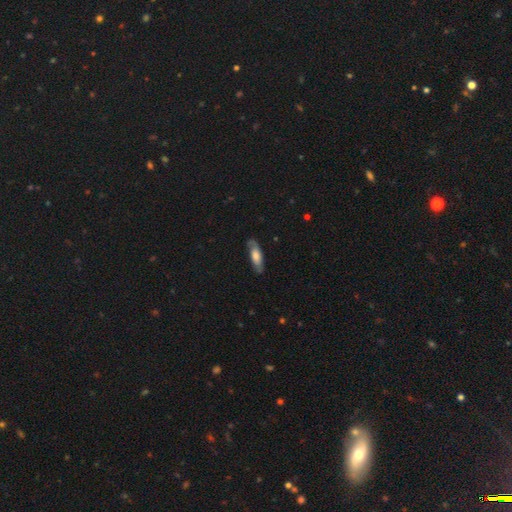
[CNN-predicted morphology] Q: Smooth or featured?
A: smooth (48%); runner-up: featured or disk (46%)
Q: Merging?
A: none (74%); runner-up: minor disturbance (19%)